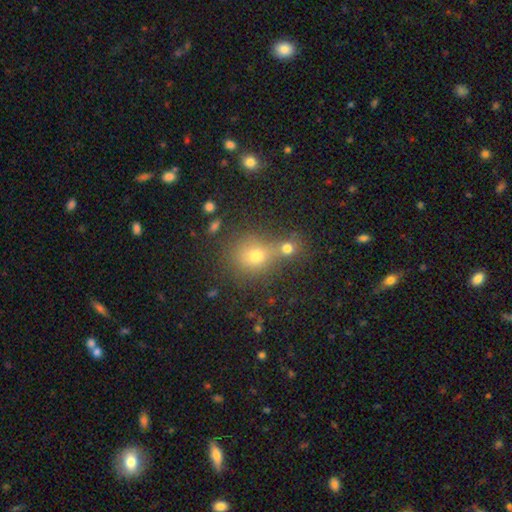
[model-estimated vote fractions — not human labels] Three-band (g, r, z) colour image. It shows a smooth galaxy with no disk features (69%) that is round (79%). Merging: none (46%).